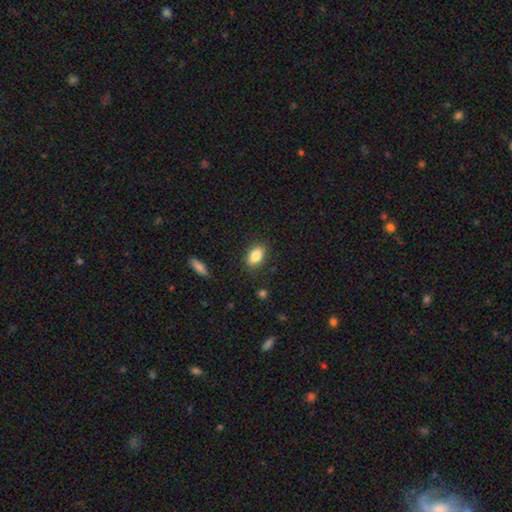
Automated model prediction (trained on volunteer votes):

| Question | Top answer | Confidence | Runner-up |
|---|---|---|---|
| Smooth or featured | smooth | 85% | star or artifact (8%) |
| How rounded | in between | 88% | round (9%) |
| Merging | none | 85% | minor disturbance (11%) |